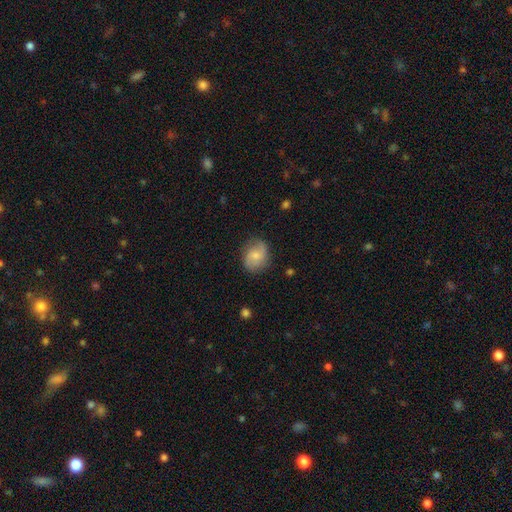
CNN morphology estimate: The model was most divided on "smooth or featured": featured or disk: 53%, smooth: 40%, star or artifact: 7%. More confident: edge-on disk — no (97%); spiral arms — yes (90%); merging — none (76%); bar — no (58%); bulge size — small (52%).